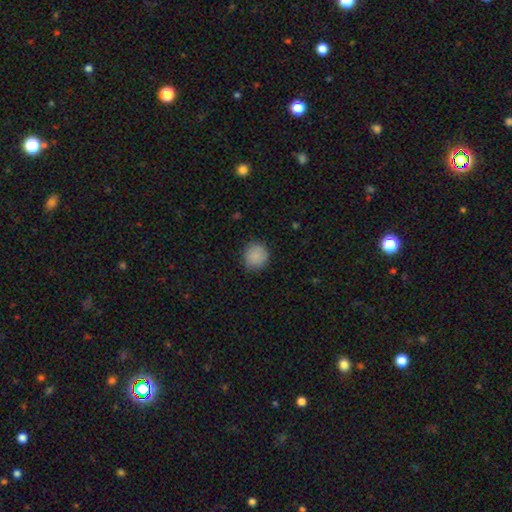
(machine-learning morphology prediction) A smooth galaxy with no disk features (87%) that is round (91%). Merging: none (86%).